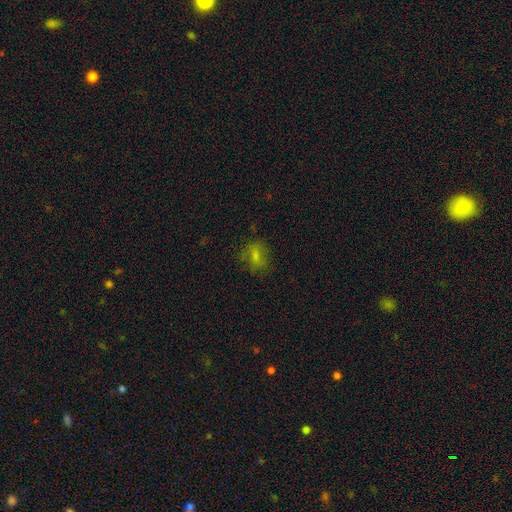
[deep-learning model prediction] The model was most divided on "how rounded": in between: 52%, round: 44%, cigar-shaped: 4%. More confident: merging — none (74%); smooth or featured — smooth (59%).